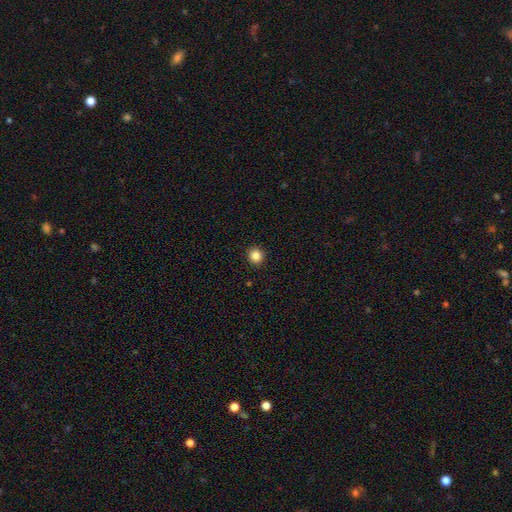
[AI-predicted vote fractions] smooth_or_featured: smooth (p=0.86) [alt: star or artifact p=0.10]
how_rounded: round (p=0.87) [alt: in between p=0.13]
merging: none (p=0.92) [alt: minor disturbance p=0.05]